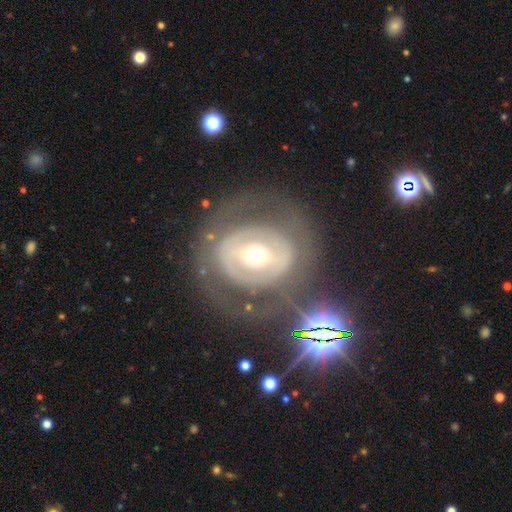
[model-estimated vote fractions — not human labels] Smooth or featured? featured or disk (67%)
Edge-on disk? no (95%)
Bar? no (43%)
Spiral arms? no (67%)
Bulge size? moderate (56%)
Merging? none (64%)